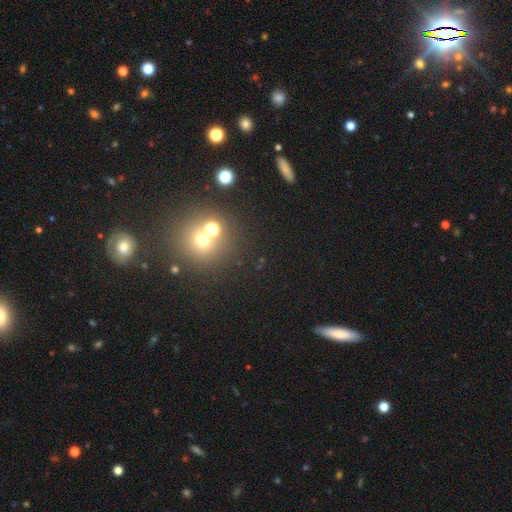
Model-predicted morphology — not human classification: smooth_or_featured: star or artifact (p=0.53) [alt: smooth p=0.35]